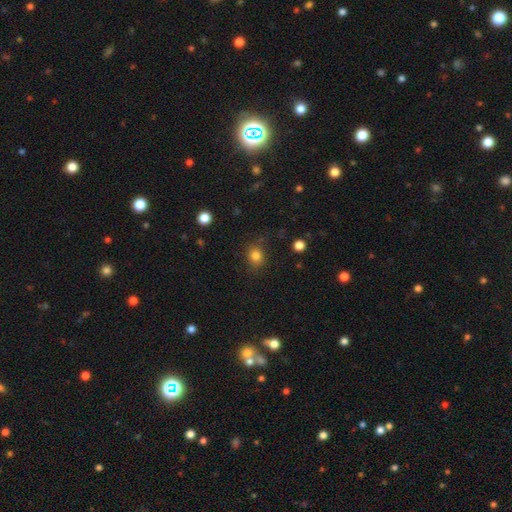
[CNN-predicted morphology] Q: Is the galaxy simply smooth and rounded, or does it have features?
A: smooth — 81%.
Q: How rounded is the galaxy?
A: round — 71%.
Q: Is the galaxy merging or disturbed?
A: none — 80%.